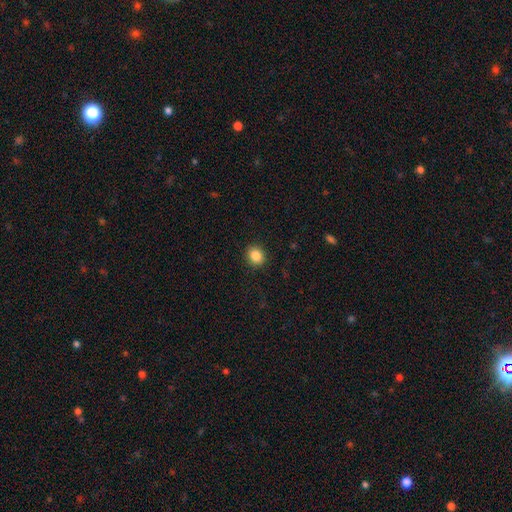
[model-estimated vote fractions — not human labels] This is clearly a smooth galaxy (86%). How rounded: likely round (68%). Merging: clearly none (91%).